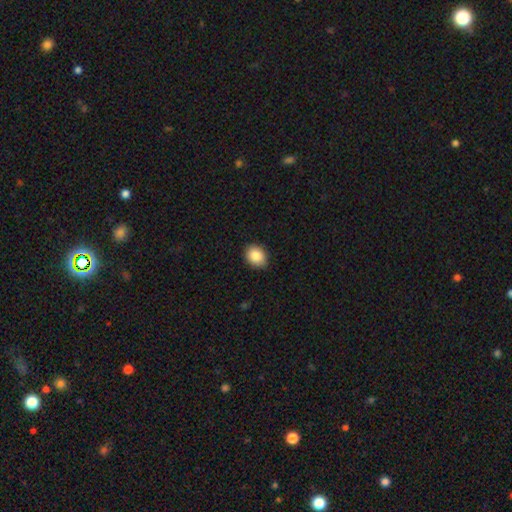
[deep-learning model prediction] smooth 87%, star or artifact 8%, featured or disk 5%. Down the decision tree: how rounded — in between (53%); merging — none (86%).